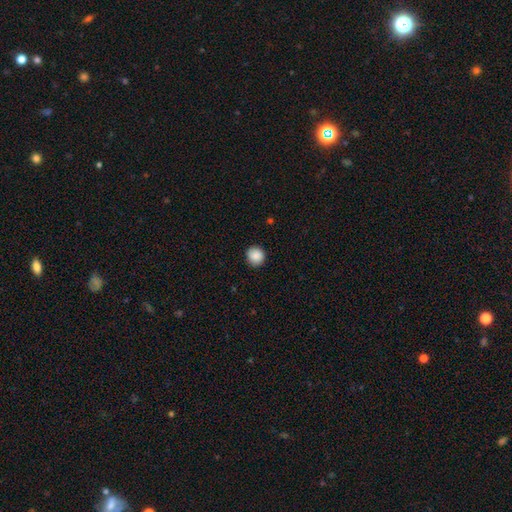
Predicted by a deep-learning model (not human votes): smooth-or-featured: smooth: 88% | star or artifact: 8% | featured or disk: 3%
  how-rounded: round: 91% | in between: 8% | cigar-shaped: 1%
  merging: none: 89% | minor disturbance: 8% | major disturbance: 2% | merger: 1%